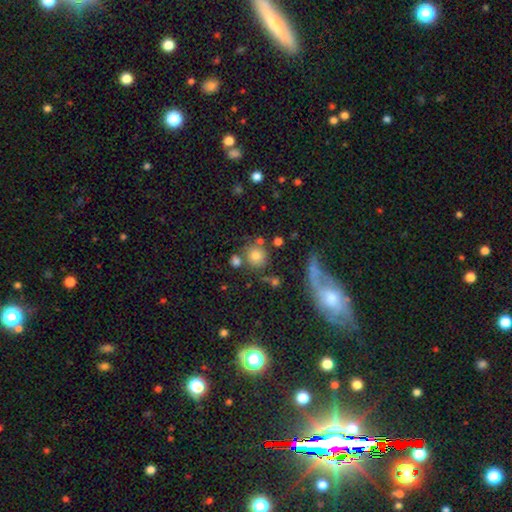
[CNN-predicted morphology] smooth-or-featured: smooth: 76% | star or artifact: 12% | featured or disk: 12%
  how-rounded: round: 87% | in between: 12% | cigar-shaped: 2%
  merging: none: 66% | merger: 15% | minor disturbance: 12% | major disturbance: 6%